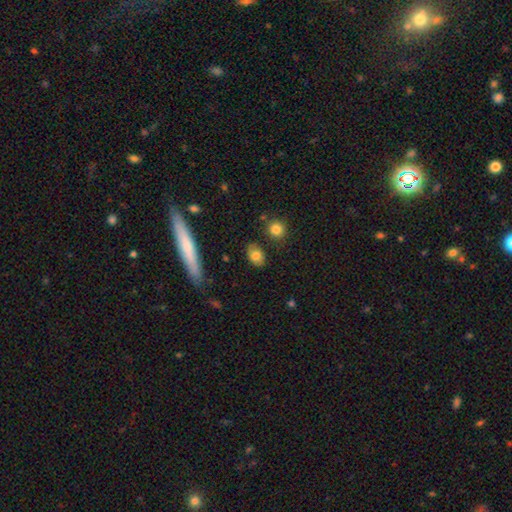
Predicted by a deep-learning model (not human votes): Smooth or featured?
  - smooth: 79% *
  - featured or disk: 13%
  - star or artifact: 8%
How rounded?
  - in between: 74% *
  - round: 22%
  - cigar-shaped: 4%
Merging?
  - none: 83% *
  - minor disturbance: 11%
  - major disturbance: 3%
  - merger: 3%